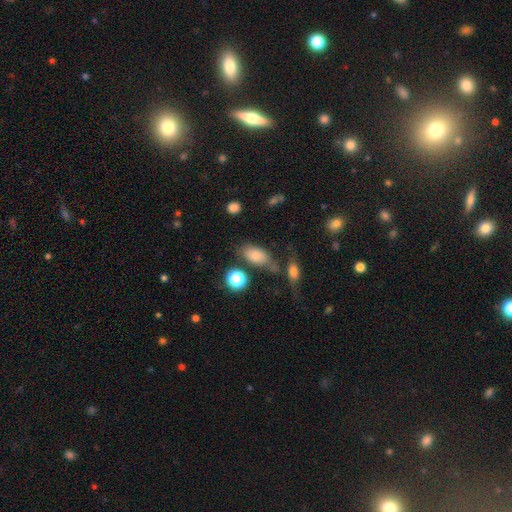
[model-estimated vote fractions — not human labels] Smooth or featured? Predicted: smooth (p=0.78). How rounded? Predicted: in between (p=0.88). Merging? Predicted: none (p=0.54).